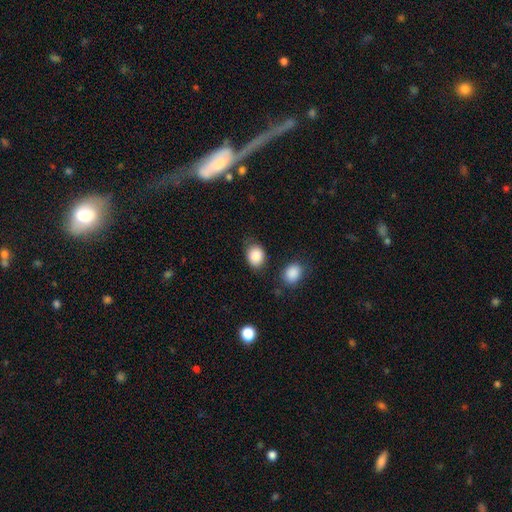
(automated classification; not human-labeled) Q: Smooth or featured?
A: smooth (87%); runner-up: star or artifact (8%)
Q: How rounded?
A: in between (64%); runner-up: round (35%)
Q: Merging?
A: none (71%); runner-up: minor disturbance (19%)